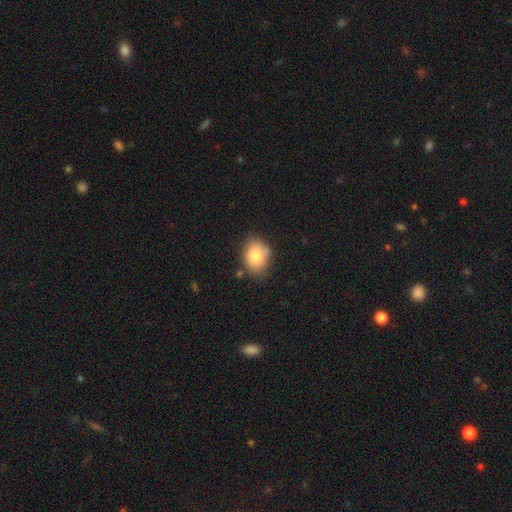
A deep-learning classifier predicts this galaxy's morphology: This appears to be a smooth galaxy with no disk features (81%) that is in between round and cigar-shaped (65%). Merging: none (69%).